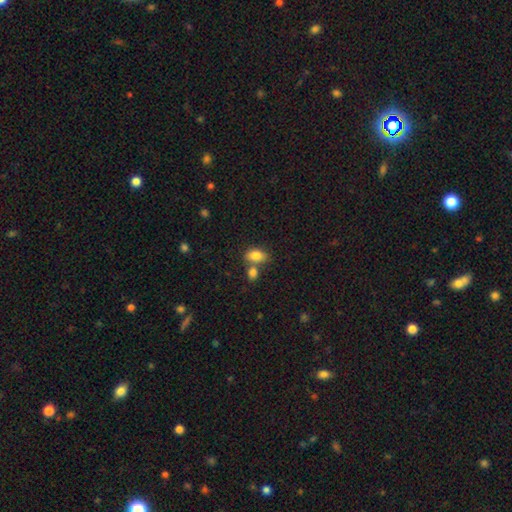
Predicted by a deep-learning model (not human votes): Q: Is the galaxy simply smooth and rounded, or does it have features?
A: smooth — 83%.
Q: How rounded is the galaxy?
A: in between — 86%.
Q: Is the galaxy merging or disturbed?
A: none — 52%.